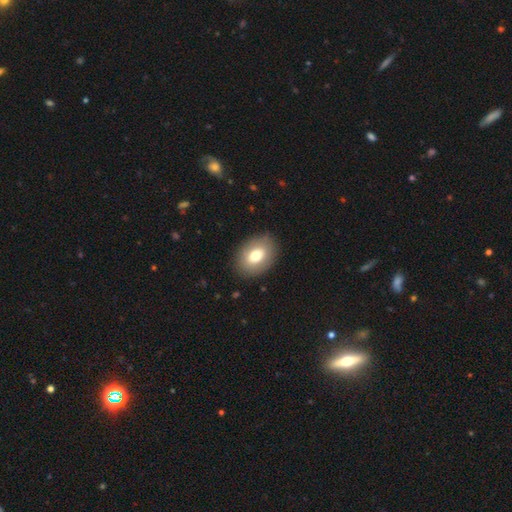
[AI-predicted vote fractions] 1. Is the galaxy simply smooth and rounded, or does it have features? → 73% smooth, 19% featured or disk, 8% star or artifact.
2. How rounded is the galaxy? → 77% in between, 22% round, 1% cigar-shaped.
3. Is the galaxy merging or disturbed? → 87% none, 9% minor disturbance, 3% major disturbance, 1% merger.